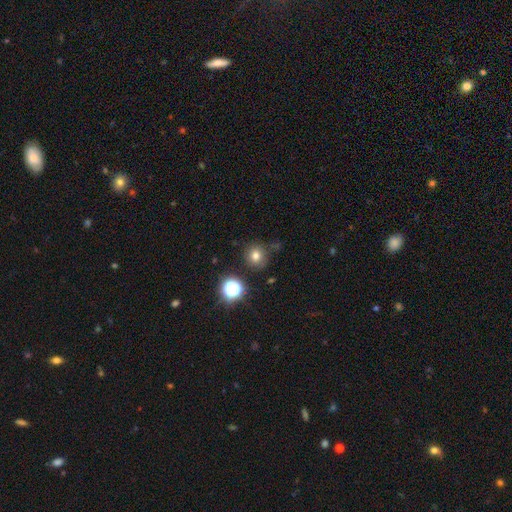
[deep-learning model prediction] Smooth or featured?
  - smooth: 73% *
  - star or artifact: 19%
  - featured or disk: 8%
How rounded?
  - round: 92% *
  - in between: 7%
  - cigar-shaped: 1%
Merging?
  - none: 81% *
  - minor disturbance: 11%
  - major disturbance: 4%
  - merger: 4%